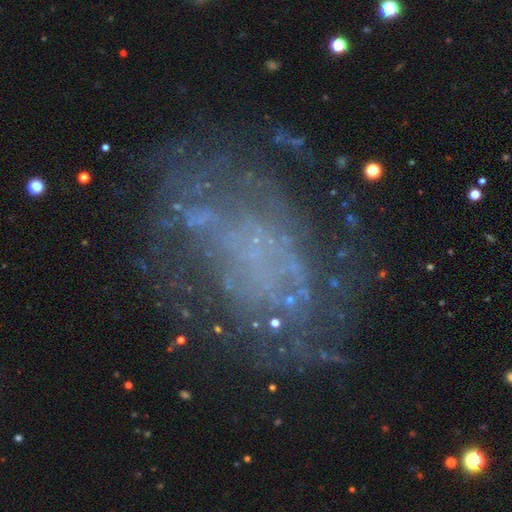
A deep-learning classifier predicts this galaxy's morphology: A featured or disk galaxy (63%) with no bar (84%), no spiral arms (54%) and no central bulge (81%). Merging: none (59%).